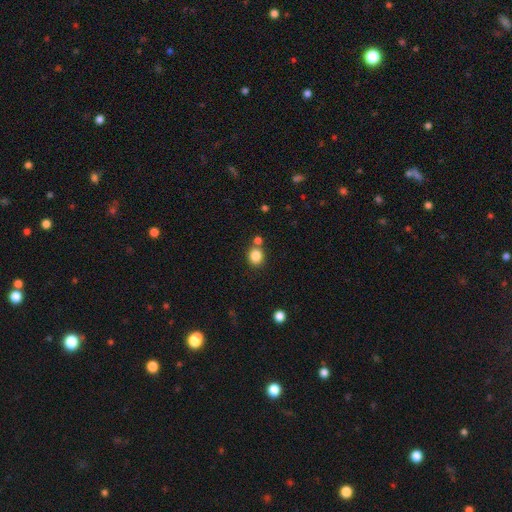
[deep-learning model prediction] This is clearly a smooth galaxy (84%). How rounded: likely round (80%). Merging: likely none (71%).